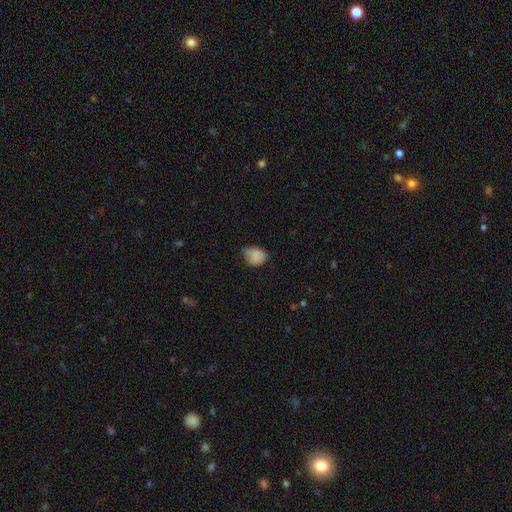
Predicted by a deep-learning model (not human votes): Morphology: type=smooth (80%); roundness=in between (61%); merging=minor disturbance (45%).